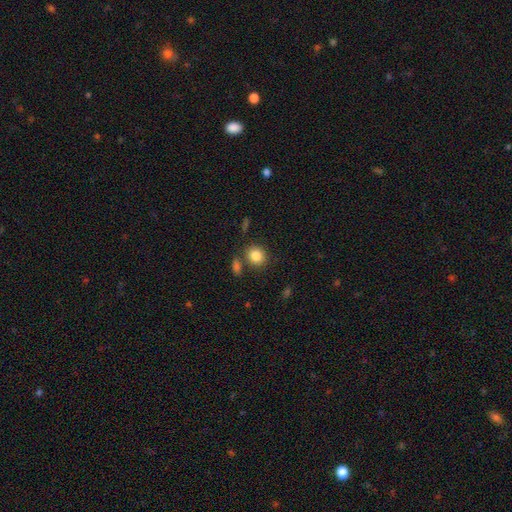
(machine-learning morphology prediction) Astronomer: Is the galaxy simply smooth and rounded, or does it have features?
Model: smooth — 85%.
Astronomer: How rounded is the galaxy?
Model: round — 77%.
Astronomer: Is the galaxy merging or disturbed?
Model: none — 76%.